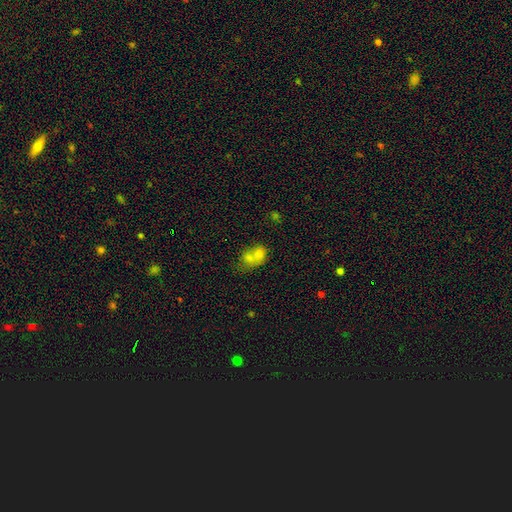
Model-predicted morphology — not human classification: This appears to be a smooth galaxy with no disk features (72%) that is in between round and cigar-shaped (55%). Merging: merger (68%).